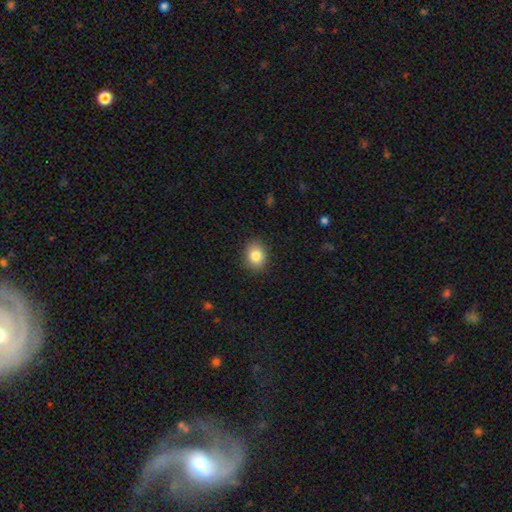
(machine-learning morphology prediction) Smooth or featured: smooth — 85% (star or artifact — 9%)
How rounded: round — 53% (in between — 46%)
Merging: none — 88% (minor disturbance — 9%)